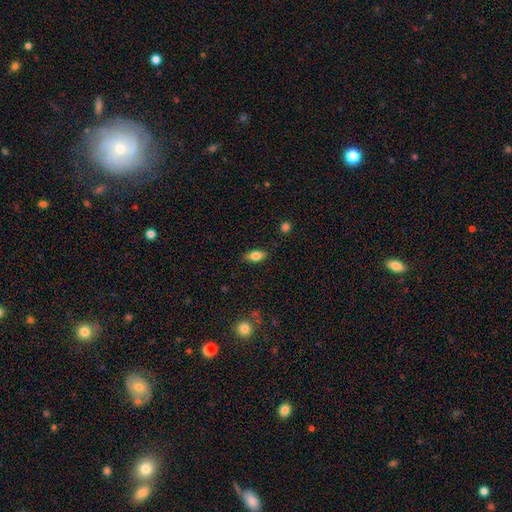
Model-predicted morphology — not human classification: smooth-or-featured: smooth: 80% | featured or disk: 13% | star or artifact: 8%
  how-rounded: in between: 86% | cigar-shaped: 10% | round: 5%
  merging: none: 84% | minor disturbance: 12% | major disturbance: 3% | merger: 1%